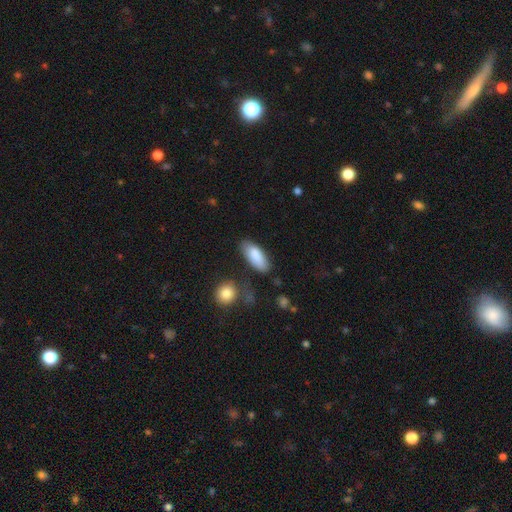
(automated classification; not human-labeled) Q: Smooth or featured?
A: smooth (85%); runner-up: featured or disk (9%)
Q: How rounded?
A: in between (81%); runner-up: cigar-shaped (17%)
Q: Merging?
A: none (75%); runner-up: minor disturbance (16%)